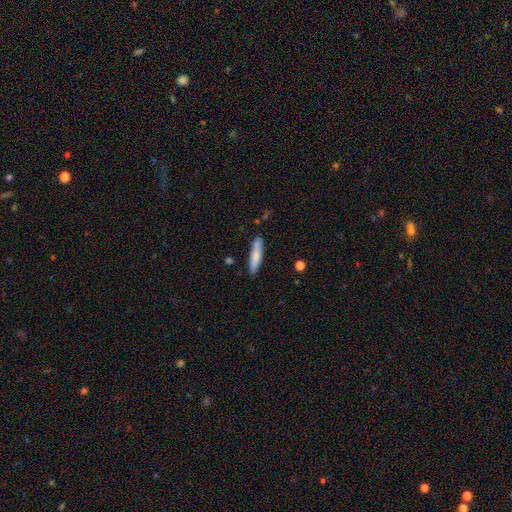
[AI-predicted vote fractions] smooth-or-featured: smooth: 75% | featured or disk: 19% | star or artifact: 6%
  how-rounded: cigar-shaped: 83% | in between: 15% | round: 1%
  merging: none: 83% | minor disturbance: 12% | merger: 3% | major disturbance: 2%